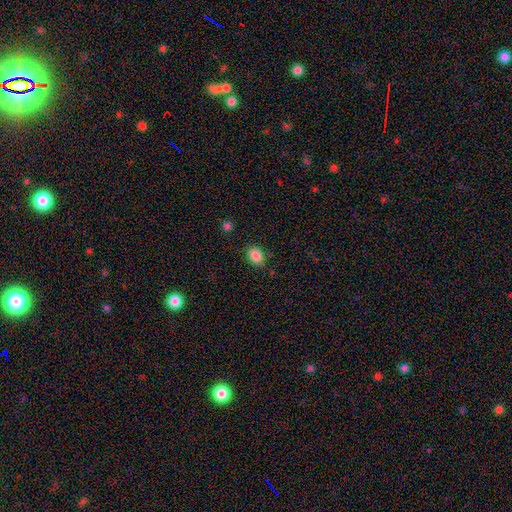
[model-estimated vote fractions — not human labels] smooth_or_featured: smooth (p=0.86) [alt: star or artifact p=0.09]
how_rounded: in between (p=0.67) [alt: round p=0.31]
merging: none (p=0.81) [alt: minor disturbance p=0.13]